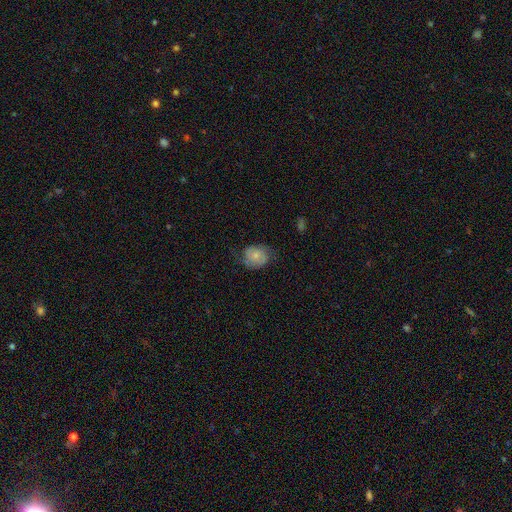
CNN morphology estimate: smooth_or_featured: smooth (p=0.53) [alt: featured or disk p=0.39]
how_rounded: round (p=0.57) [alt: in between p=0.42]
merging: none (p=0.60) [alt: minor disturbance p=0.27]